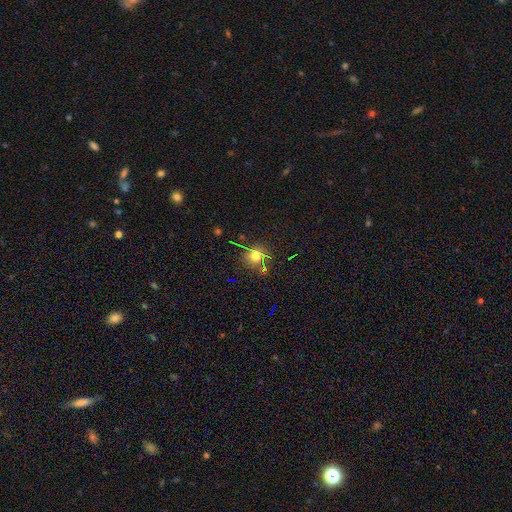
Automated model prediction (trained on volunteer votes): A smooth galaxy with no disk features (63%) that is round (89%). Merging: none (84%).